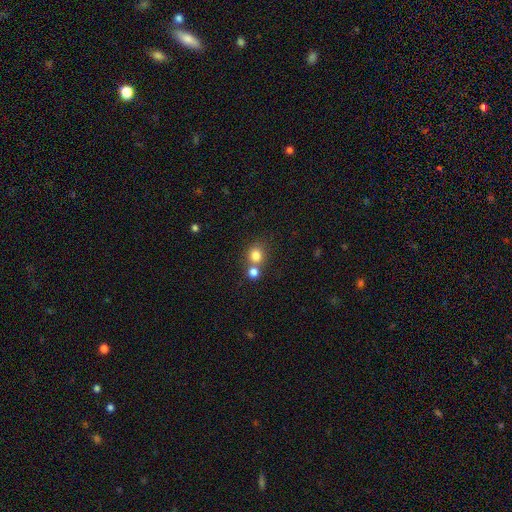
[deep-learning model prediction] Morphology: type=smooth (80%); roundness=round (83%); merging=none (52%).